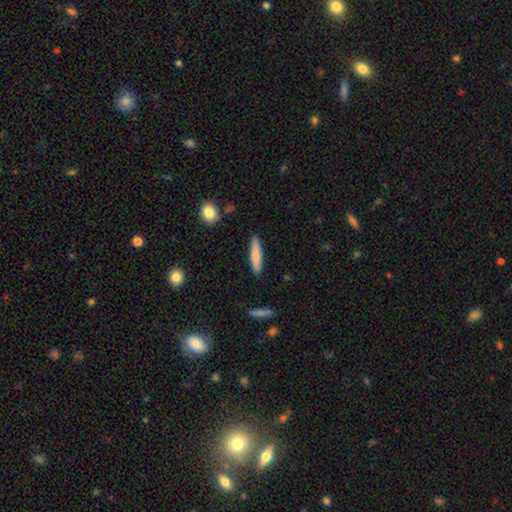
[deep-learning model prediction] Smooth or featured: smooth — 76% (featured or disk — 18%)
How rounded: cigar-shaped — 86% (in between — 13%)
Merging: none — 88% (minor disturbance — 9%)